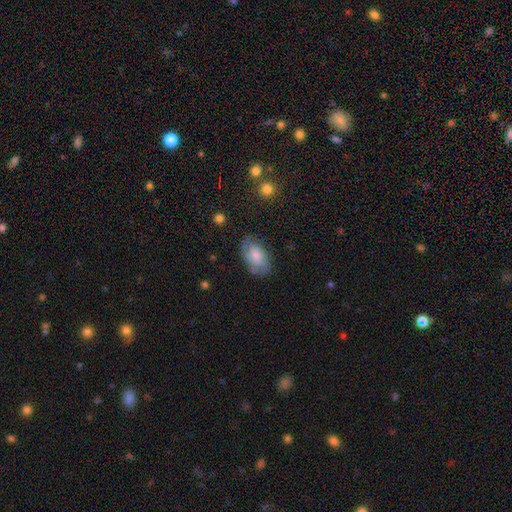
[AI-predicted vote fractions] Smooth or featured? Predicted: smooth (p=0.51). How rounded? Predicted: in between (p=0.91). Merging? Predicted: none (p=0.68).